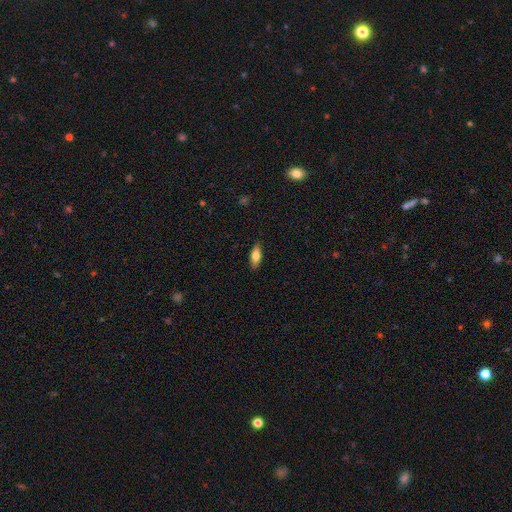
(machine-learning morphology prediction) A smooth galaxy with no disk features (72%) that is in between round and cigar-shaped (72%).

Vote fractions:
- Smooth or featured? smooth: 72% / featured or disk: 22% / star or artifact: 6%
- How rounded? in between: 72% / cigar-shaped: 25% / round: 3%
- Merging? none: 88% / minor disturbance: 9% / major disturbance: 2% / merger: 1%